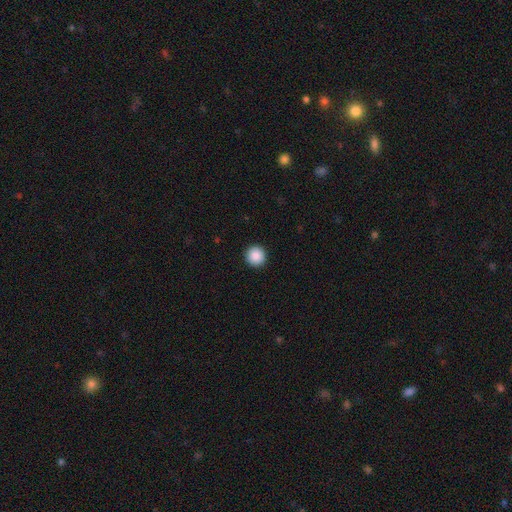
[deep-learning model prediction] Smooth or featured: smooth — 89% (star or artifact — 8%)
How rounded: round — 96% (in between — 3%)
Merging: none — 94% (minor disturbance — 4%)